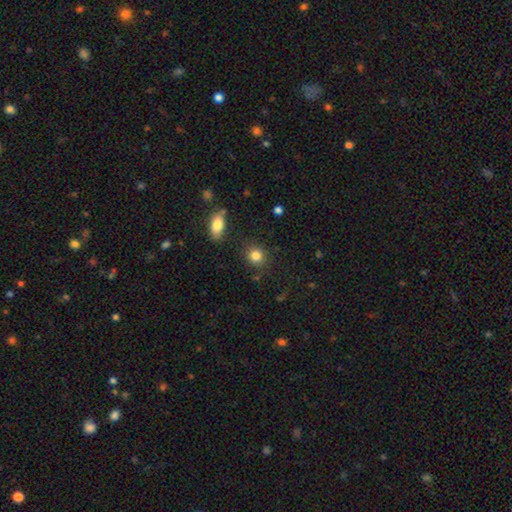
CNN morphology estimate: smooth 84%, star or artifact 10%, featured or disk 5%. Down the decision tree: how rounded — round (80%); merging — none (85%).